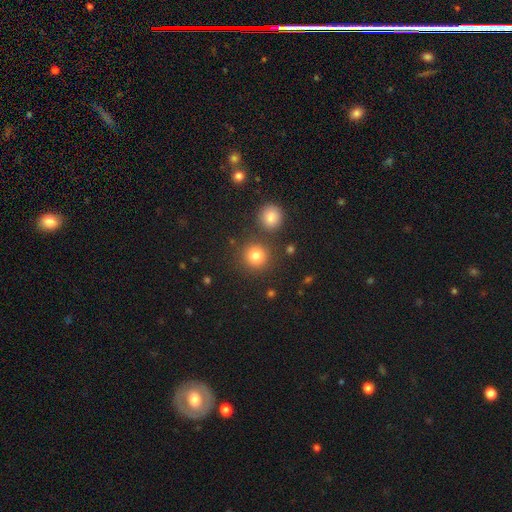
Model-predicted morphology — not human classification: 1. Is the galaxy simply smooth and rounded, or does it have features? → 82% smooth, 13% star or artifact, 6% featured or disk.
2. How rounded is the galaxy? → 92% round, 7% in between, 1% cigar-shaped.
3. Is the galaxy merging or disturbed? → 82% none, 9% merger, 7% minor disturbance, 3% major disturbance.